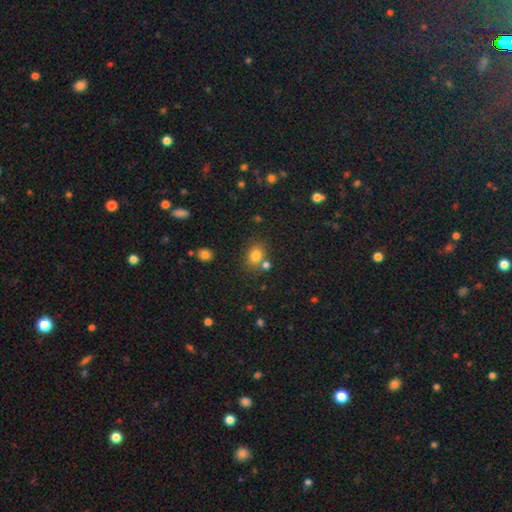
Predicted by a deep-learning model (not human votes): Smooth or featured?
  - smooth: 80% *
  - star or artifact: 13%
  - featured or disk: 7%
How rounded?
  - in between: 52% *
  - round: 47%
  - cigar-shaped: 1%
Merging?
  - none: 66% *
  - merger: 18%
  - minor disturbance: 12%
  - major disturbance: 4%